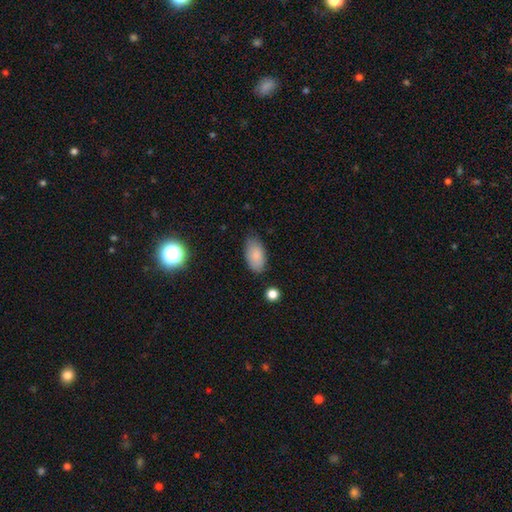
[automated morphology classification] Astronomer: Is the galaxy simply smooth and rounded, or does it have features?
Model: smooth — 85%.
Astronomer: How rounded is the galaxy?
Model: in between — 94%.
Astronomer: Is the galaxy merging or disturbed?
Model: none — 75%.